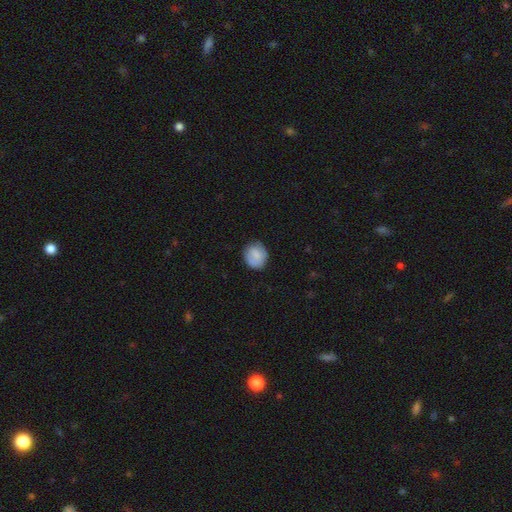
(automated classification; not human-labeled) smooth_or_featured: smooth (p=0.80) [alt: featured or disk p=0.12]
how_rounded: round (p=0.78) [alt: in between p=0.21]
merging: none (p=0.76) [alt: minor disturbance p=0.18]